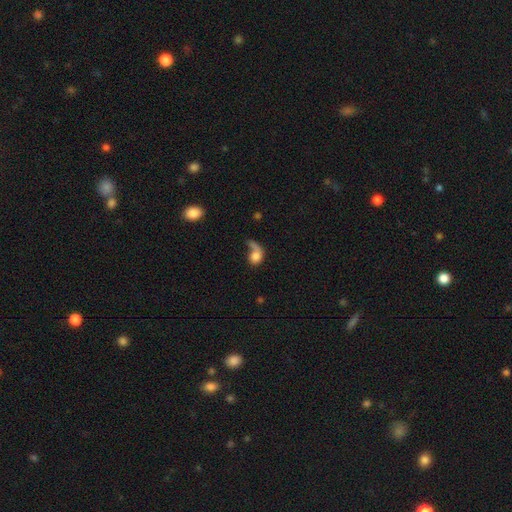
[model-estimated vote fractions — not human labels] This is likely a smooth galaxy (63%). How rounded: possibly in between (52%). Merging: marginally major disturbance (42%).